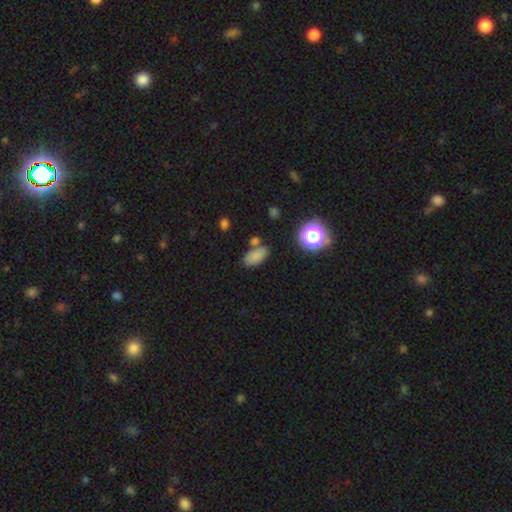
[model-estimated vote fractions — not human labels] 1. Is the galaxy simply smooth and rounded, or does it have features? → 78% smooth, 15% star or artifact, 7% featured or disk.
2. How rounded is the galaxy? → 89% in between, 7% round, 4% cigar-shaped.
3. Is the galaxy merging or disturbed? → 67% none, 15% minor disturbance, 13% merger, 5% major disturbance.